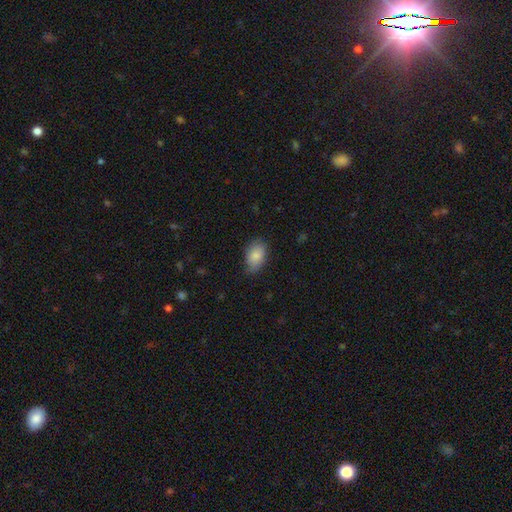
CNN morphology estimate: smooth 85%, featured or disk 8%, star or artifact 7%. Down the decision tree: how rounded — in between (89%); merging — none (72%).